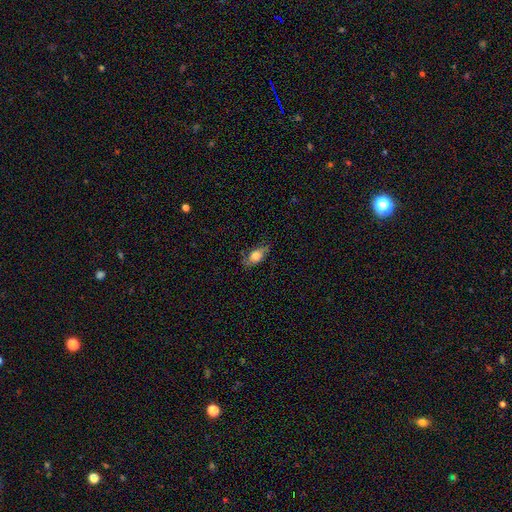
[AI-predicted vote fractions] A smooth galaxy with no disk features (67%) that is in between round and cigar-shaped (80%). Merging: none (69%).